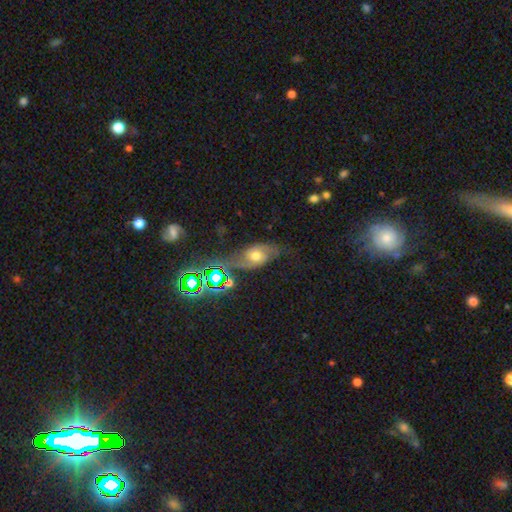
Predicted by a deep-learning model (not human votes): This is possibly a featured or disk galaxy (51%). It is clearly not viewed edge-on (86%). Merging: possibly none (56%).